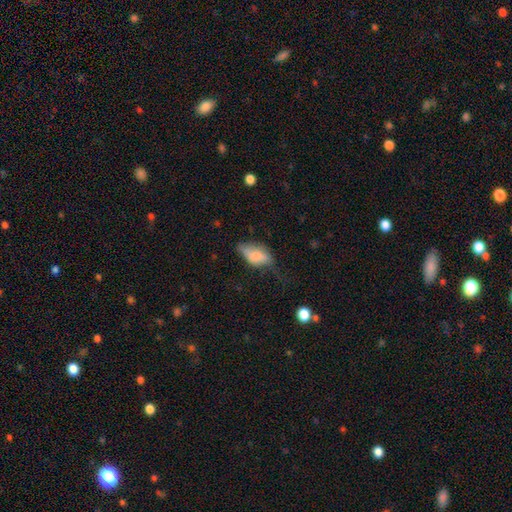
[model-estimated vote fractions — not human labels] The model was most divided on "merging": minor disturbance: 38%, none: 32%, major disturbance: 27%, merger: 3%. More confident: how rounded — in between (89%); smooth or featured — smooth (72%).